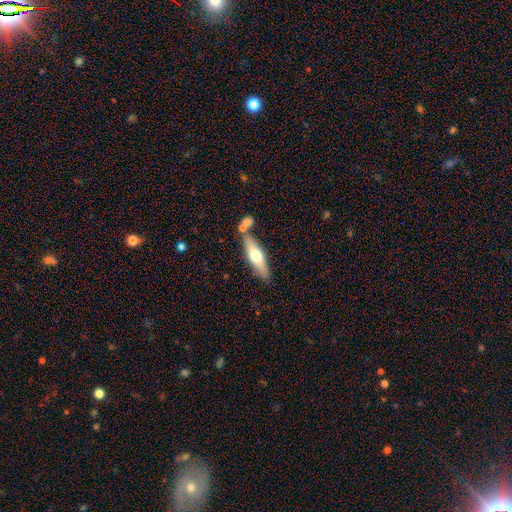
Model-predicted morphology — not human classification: smooth-or-featured: smooth: 55% | featured or disk: 39% | star or artifact: 5%
  how-rounded: cigar-shaped: 59% | in between: 39% | round: 2%
  merging: none: 69% | merger: 15% | minor disturbance: 13% | major disturbance: 3%